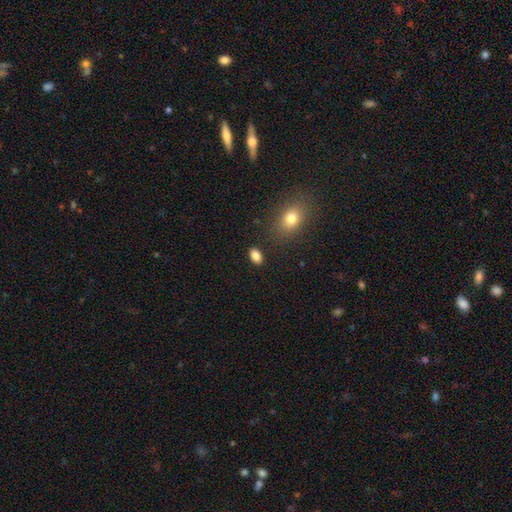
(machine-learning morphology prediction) smooth 86%, star or artifact 9%, featured or disk 5%. Down the decision tree: how rounded — in between (87%); merging — none (86%).